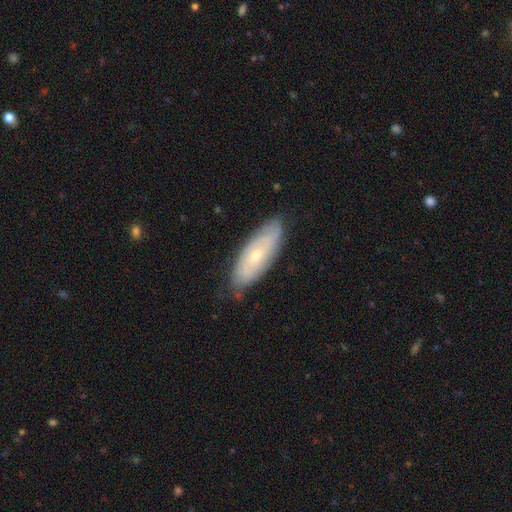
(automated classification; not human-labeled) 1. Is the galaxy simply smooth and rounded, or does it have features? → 67% featured or disk, 27% smooth, 6% star or artifact.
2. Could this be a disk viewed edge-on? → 84% no, 16% yes.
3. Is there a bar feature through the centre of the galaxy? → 72% no, 23% weak, 5% strong.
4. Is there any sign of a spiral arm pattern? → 84% yes, 16% no.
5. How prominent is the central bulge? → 62% small, 35% moderate, 1% large, 1% none, 1% dominant.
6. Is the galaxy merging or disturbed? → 76% none, 19% minor disturbance, 4% major disturbance, 1% merger.